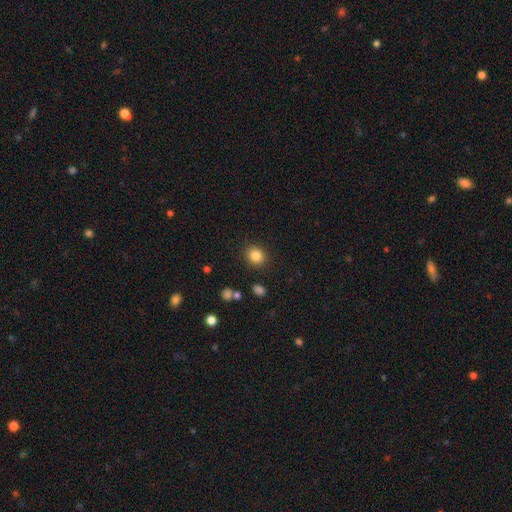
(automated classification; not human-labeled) A smooth galaxy with no disk features (84%) that is round (72%).

Vote fractions:
- Smooth or featured? smooth: 84% / star or artifact: 11% / featured or disk: 6%
- How rounded? round: 72% / in between: 27% / cigar-shaped: 1%
- Merging? none: 88% / minor disturbance: 7% / major disturbance: 3% / merger: 2%